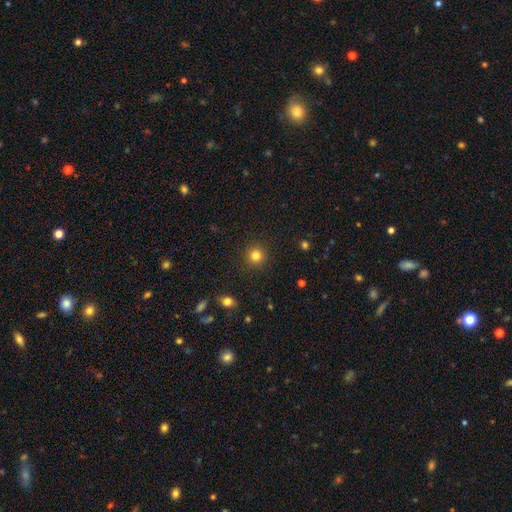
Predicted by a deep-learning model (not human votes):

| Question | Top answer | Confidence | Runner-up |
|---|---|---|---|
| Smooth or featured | smooth | 81% | star or artifact (13%) |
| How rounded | round | 94% | in between (5%) |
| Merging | none | 91% | minor disturbance (5%) |